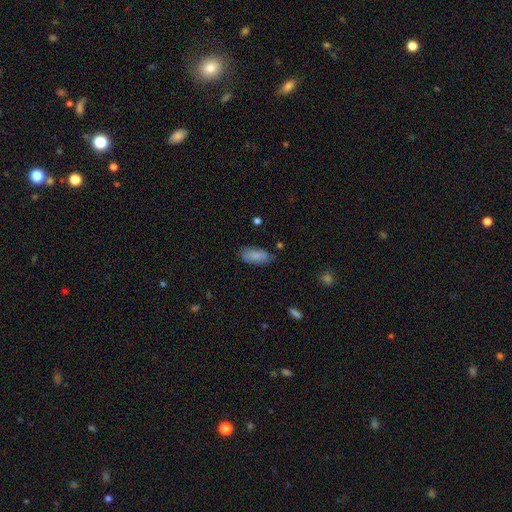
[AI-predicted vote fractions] smooth_or_featured: smooth (p=0.83) [alt: featured or disk p=0.11]
how_rounded: in between (p=0.86) [alt: cigar-shaped p=0.12]
merging: none (p=0.76) [alt: minor disturbance p=0.18]